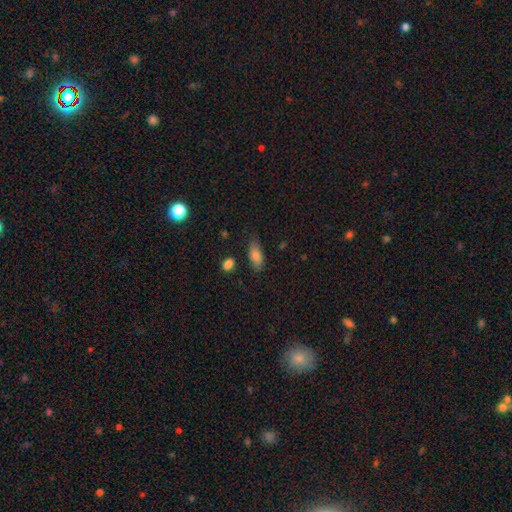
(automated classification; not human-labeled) A smooth galaxy with no disk features (79%) that is in between round and cigar-shaped (85%). Merging: none (76%).